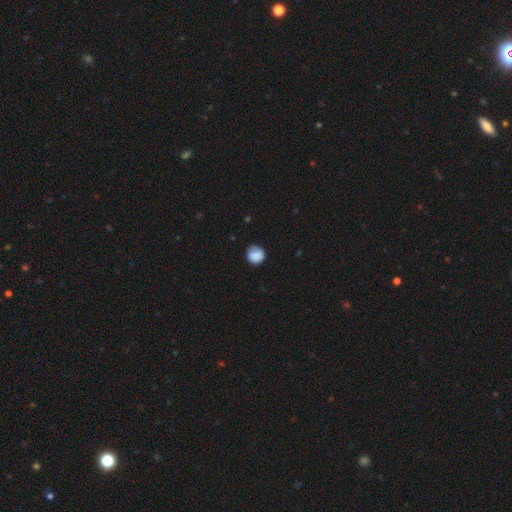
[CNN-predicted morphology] Overall: smooth (85%). How rounded: round (86%). Merging: none (67%).